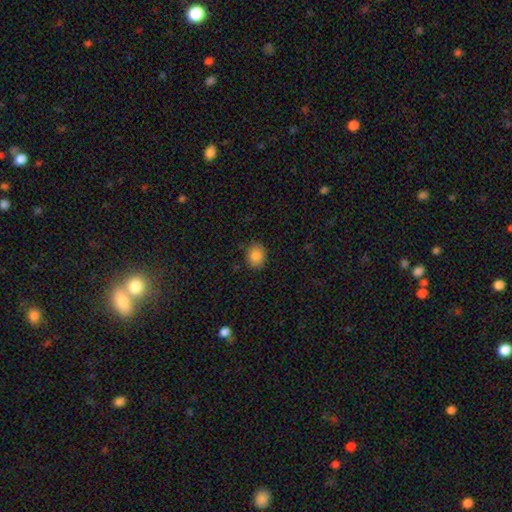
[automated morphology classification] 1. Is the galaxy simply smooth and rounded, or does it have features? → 86% smooth, 9% star or artifact, 6% featured or disk.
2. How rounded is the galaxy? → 65% round, 34% in between, 1% cigar-shaped.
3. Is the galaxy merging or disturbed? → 85% none, 12% minor disturbance, 3% major disturbance, 1% merger.